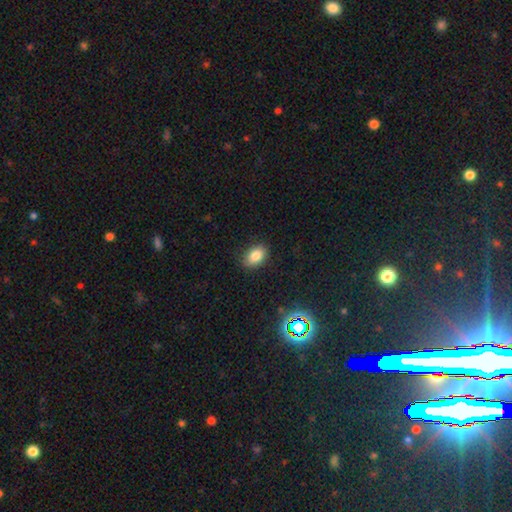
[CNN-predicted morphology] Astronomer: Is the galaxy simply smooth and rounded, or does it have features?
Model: smooth — 82%.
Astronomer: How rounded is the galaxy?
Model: in between — 85%.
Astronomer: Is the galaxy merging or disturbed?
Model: none — 86%.